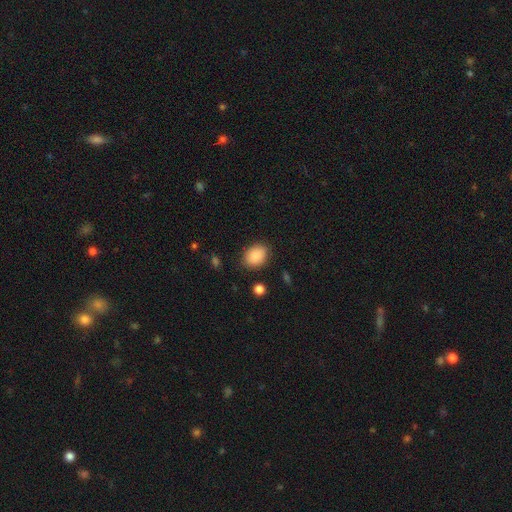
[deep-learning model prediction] Smooth or featured? Predicted: smooth (p=0.88). How rounded? Predicted: in between (p=0.68). Merging? Predicted: none (p=0.83).